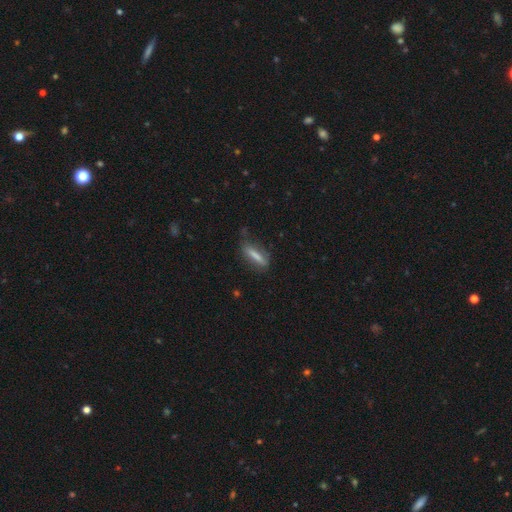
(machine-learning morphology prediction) smooth-or-featured: smooth: 72% | featured or disk: 20% | star or artifact: 8%
  how-rounded: cigar-shaped: 76% | in between: 22% | round: 2%
  merging: none: 72% | minor disturbance: 19% | major disturbance: 7% | merger: 2%